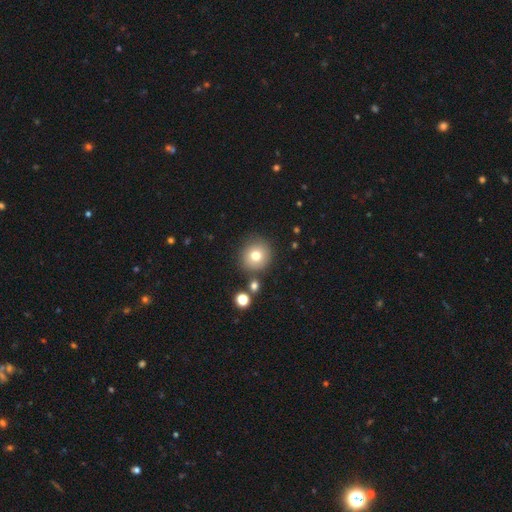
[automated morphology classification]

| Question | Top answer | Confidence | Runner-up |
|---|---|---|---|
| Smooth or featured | smooth | 75% | star or artifact (12%) |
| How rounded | round | 90% | in between (9%) |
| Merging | none | 82% | minor disturbance (9%) |